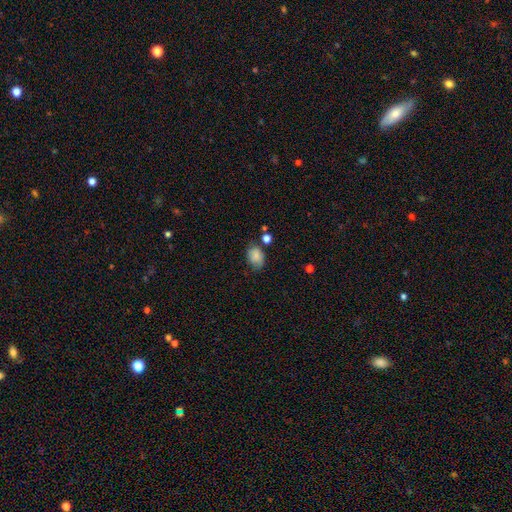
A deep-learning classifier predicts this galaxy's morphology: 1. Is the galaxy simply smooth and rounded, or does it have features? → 83% smooth, 9% star or artifact, 8% featured or disk.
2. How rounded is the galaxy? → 76% in between, 23% round, 1% cigar-shaped.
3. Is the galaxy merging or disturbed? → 65% none, 23% minor disturbance, 6% merger, 6% major disturbance.